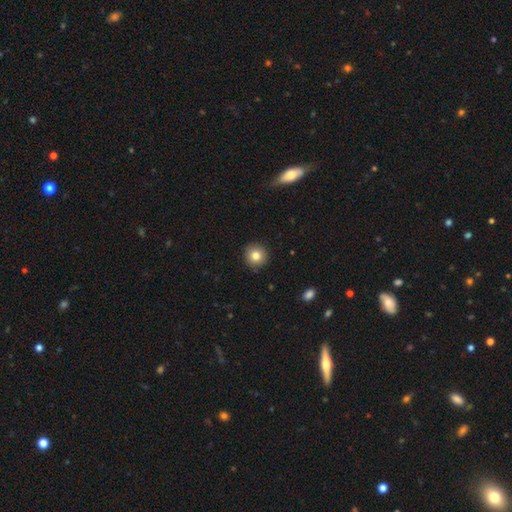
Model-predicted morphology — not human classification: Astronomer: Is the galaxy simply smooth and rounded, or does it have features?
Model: smooth — 80%.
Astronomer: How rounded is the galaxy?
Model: round — 94%.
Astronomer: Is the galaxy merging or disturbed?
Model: none — 92%.